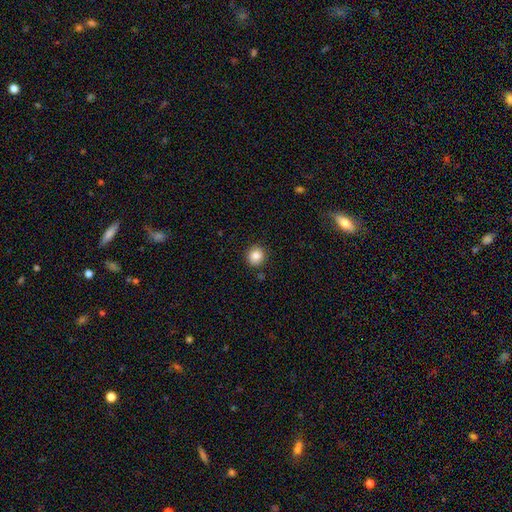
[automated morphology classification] smooth_or_featured: smooth (p=0.85) [alt: star or artifact p=0.10]
how_rounded: round (p=0.90) [alt: in between p=0.10]
merging: none (p=0.88) [alt: minor disturbance p=0.08]